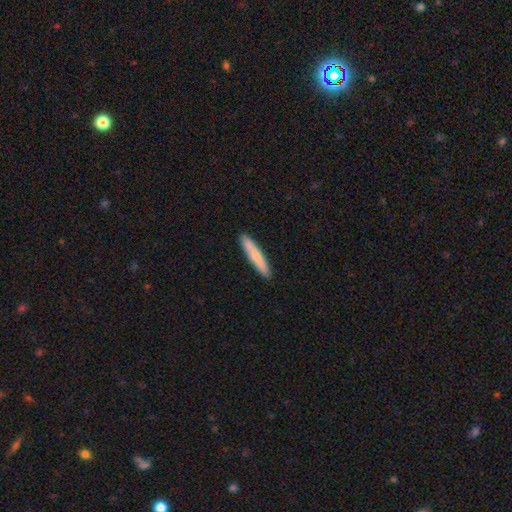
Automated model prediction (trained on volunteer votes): A smooth galaxy with no disk features (73%) that is cigar-shaped (92%).

Vote fractions:
- Smooth or featured? smooth: 73% / featured or disk: 21% / star or artifact: 5%
- How rounded? cigar-shaped: 92% / in between: 6% / round: 1%
- Merging? none: 90% / minor disturbance: 7% / major disturbance: 1% / merger: 1%